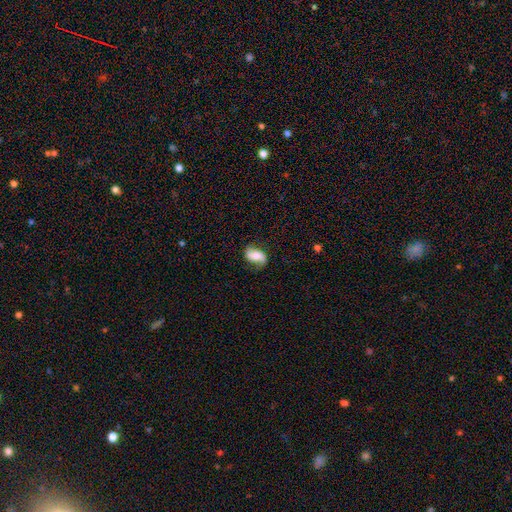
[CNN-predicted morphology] This is likely a featured or disk galaxy (63%). It is clearly not viewed edge-on (96%). Bar: possibly no (51%). Spiral arm pattern: clearly yes (92%). Spiral arm count: clearly 2 (88%). Spiral winding: likely loose (61%). Central bulge: possibly moderate (53%). Merging: likely none (72%).